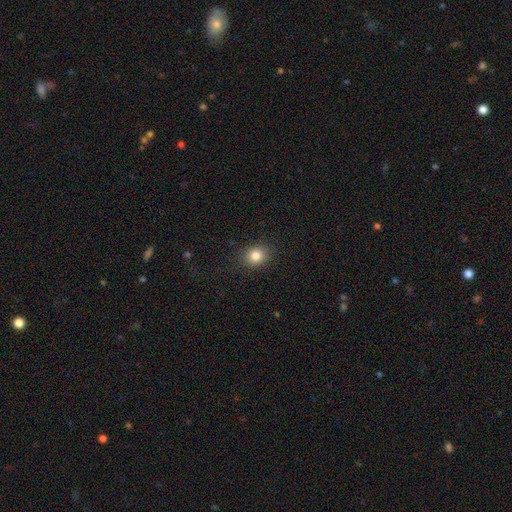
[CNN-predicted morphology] Smooth or featured? Predicted: smooth (p=0.83). How rounded? Predicted: round (p=0.63). Merging? Predicted: none (p=0.88).